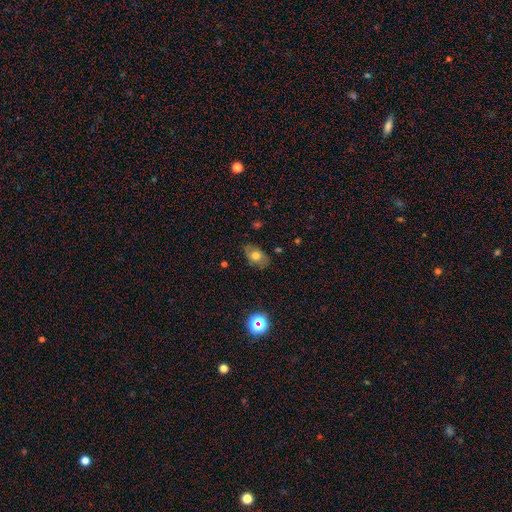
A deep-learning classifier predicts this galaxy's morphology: The model was most divided on "smooth or featured": smooth: 65%, featured or disk: 23%, star or artifact: 12%. More confident: how rounded — in between (82%); merging — none (78%).